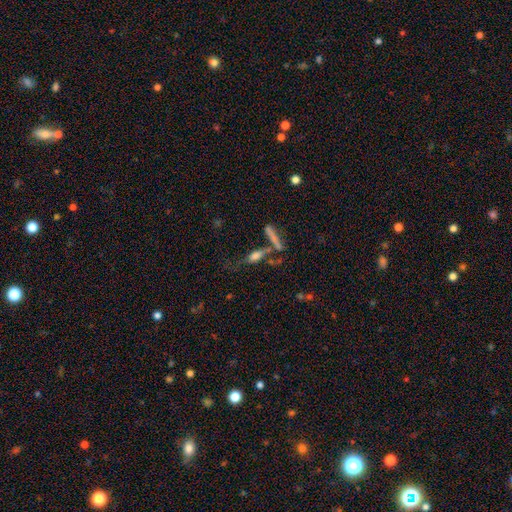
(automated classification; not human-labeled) Overall: smooth (53%; featured or disk 34%). How rounded: cigar-shaped (60%; in between 34%). Merging: none (44%; merger 25%).